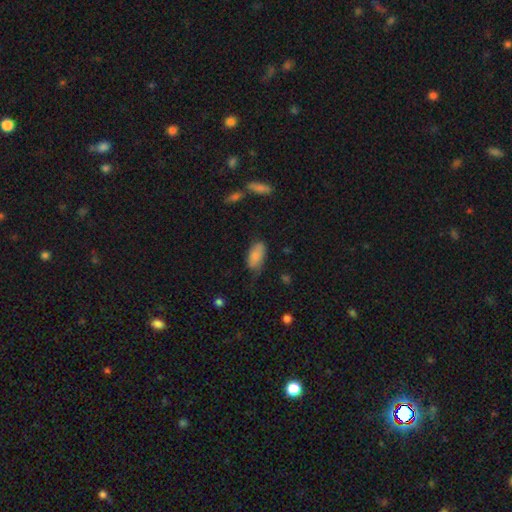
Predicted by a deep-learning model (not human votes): smooth-or-featured: smooth: 82% | featured or disk: 12% | star or artifact: 7%
  how-rounded: in between: 91% | cigar-shaped: 6% | round: 3%
  merging: none: 48% | minor disturbance: 36% | major disturbance: 13% | merger: 3%